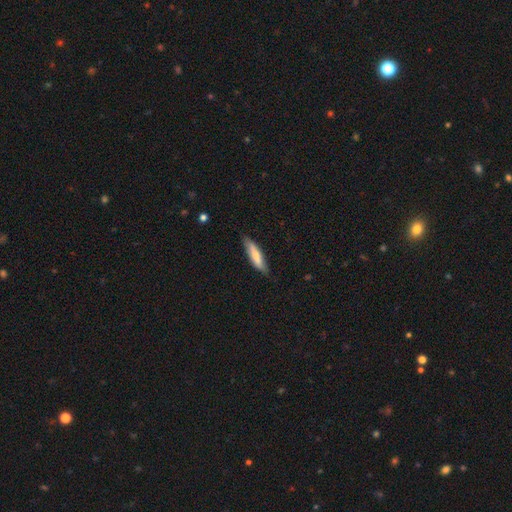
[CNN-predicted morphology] Smooth or featured?
  - smooth: 64% *
  - featured or disk: 31%
  - star or artifact: 6%
How rounded?
  - cigar-shaped: 72% *
  - in between: 26%
  - round: 2%
Merging?
  - none: 79% *
  - minor disturbance: 17%
  - major disturbance: 3%
  - merger: 1%